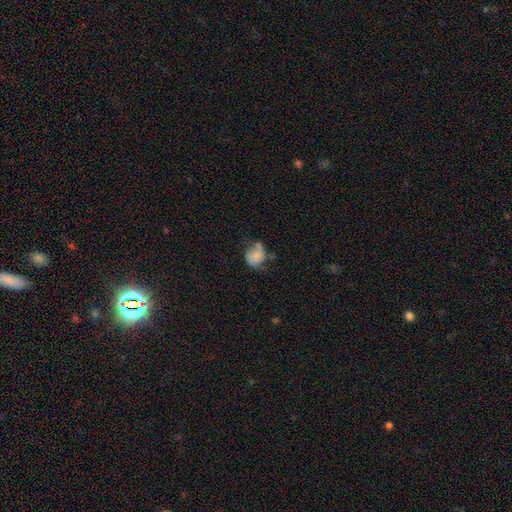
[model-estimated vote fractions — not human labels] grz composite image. It shows a smooth galaxy with no disk features (68%) that is round (51%). Merging: none (34%, tied with minor disturbance).